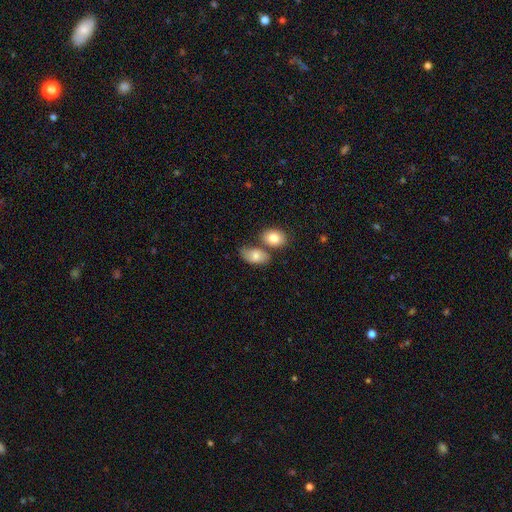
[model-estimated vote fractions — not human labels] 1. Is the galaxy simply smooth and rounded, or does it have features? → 77% smooth, 16% featured or disk, 7% star or artifact.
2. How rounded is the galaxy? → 89% in between, 9% round, 2% cigar-shaped.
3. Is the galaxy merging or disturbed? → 46% none, 35% merger, 14% minor disturbance, 5% major disturbance.